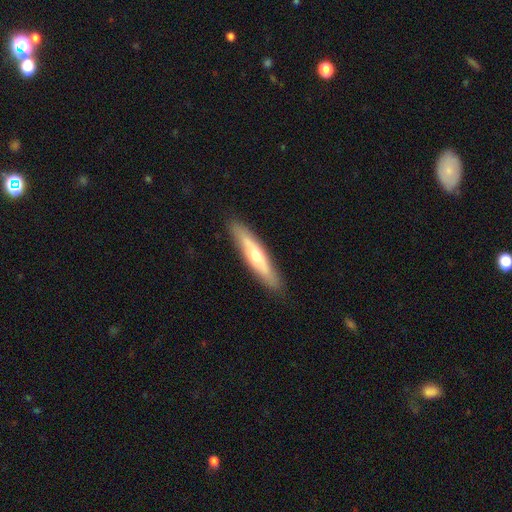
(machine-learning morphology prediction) Q: Smooth or featured?
A: featured or disk (49%); runner-up: smooth (46%)
Q: Merging?
A: none (89%); runner-up: minor disturbance (8%)